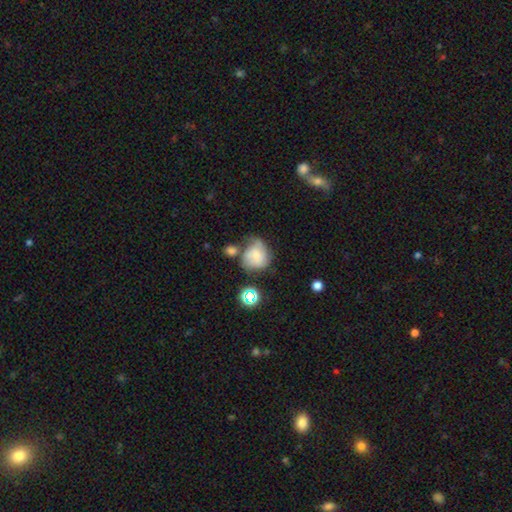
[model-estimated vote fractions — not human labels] Smooth or featured?
  - smooth: 59% *
  - featured or disk: 29%
  - star or artifact: 12%
How rounded?
  - round: 69% *
  - in between: 30%
  - cigar-shaped: 1%
Merging?
  - none: 39% *
  - minor disturbance: 27%
  - merger: 19%
  - major disturbance: 15%